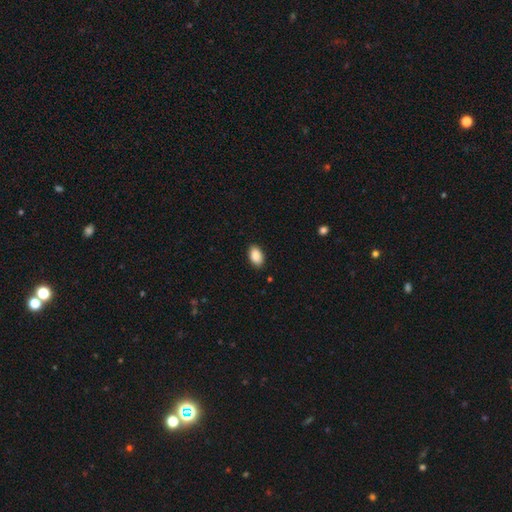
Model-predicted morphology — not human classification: Smooth or featured?
  - smooth: 90% *
  - star or artifact: 7%
  - featured or disk: 3%
How rounded?
  - in between: 92% *
  - round: 7%
  - cigar-shaped: 1%
Merging?
  - none: 87% *
  - minor disturbance: 10%
  - major disturbance: 2%
  - merger: 1%